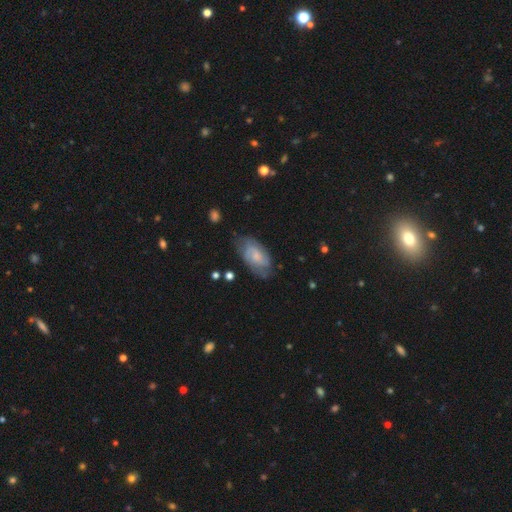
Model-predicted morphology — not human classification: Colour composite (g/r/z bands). It shows a featured or disk galaxy (56%) with no bar (60%), spiral arms (82%) and a small central bulge (52%). Merging: none (65%).